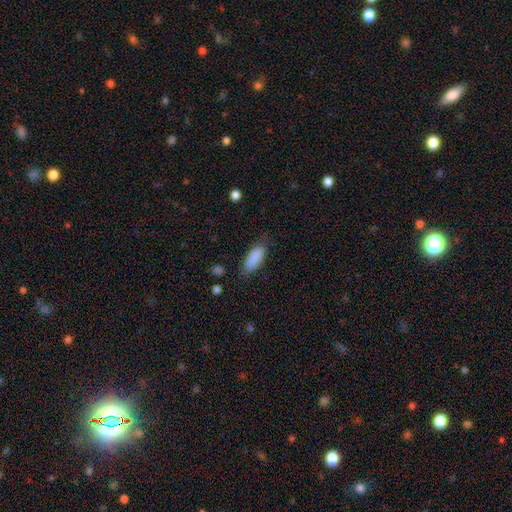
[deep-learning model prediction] Smooth or featured: smooth — 88% (star or artifact — 7%)
How rounded: in between — 76% (cigar-shaped — 23%)
Merging: none — 75% (minor disturbance — 18%)